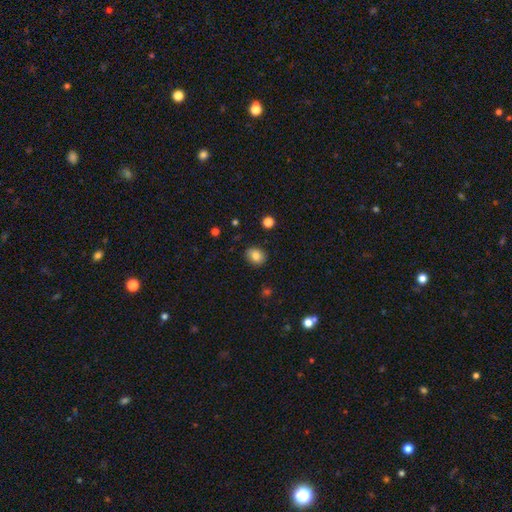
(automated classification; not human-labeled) A smooth galaxy with no disk features (82%) that is round (55%).

Vote fractions:
- Smooth or featured? smooth: 82% / star or artifact: 10% / featured or disk: 8%
- How rounded? round: 55% / in between: 44% / cigar-shaped: 1%
- Merging? none: 88% / minor disturbance: 9% / major disturbance: 2% / merger: 1%